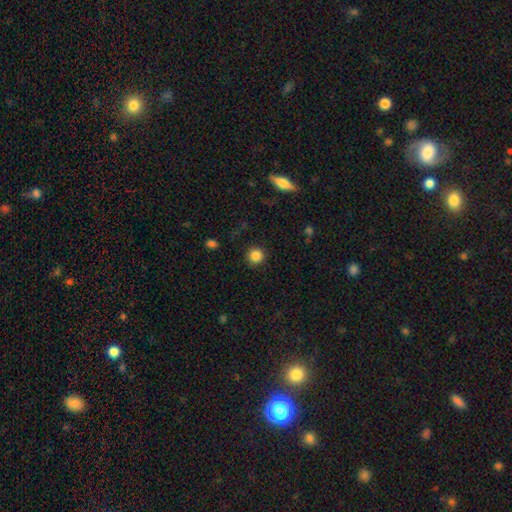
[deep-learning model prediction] This appears to be a smooth galaxy with no disk features (86%) that is round (94%). Merging: none (90%).